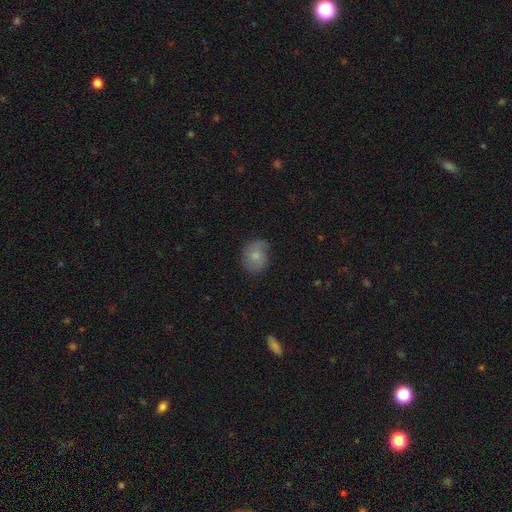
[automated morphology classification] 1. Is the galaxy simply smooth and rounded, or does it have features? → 78% smooth, 14% featured or disk, 8% star or artifact.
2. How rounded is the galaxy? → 57% round, 42% in between, 1% cigar-shaped.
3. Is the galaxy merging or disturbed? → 69% none, 25% minor disturbance, 5% major disturbance, 1% merger.